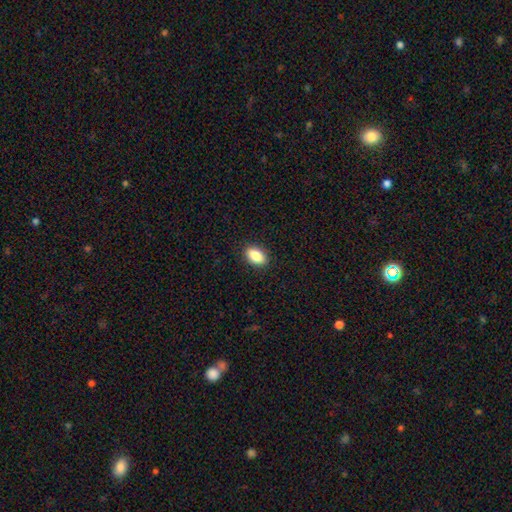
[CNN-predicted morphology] smooth 86%, star or artifact 8%, featured or disk 7%. Down the decision tree: how rounded — in between (89%); merging — none (90%).